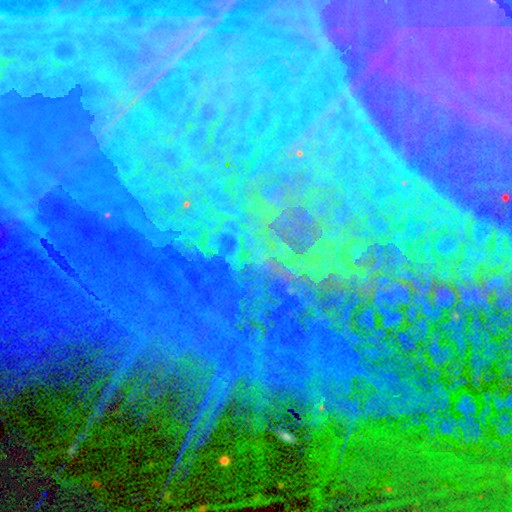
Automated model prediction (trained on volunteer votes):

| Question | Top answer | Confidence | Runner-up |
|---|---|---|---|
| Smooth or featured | star or artifact | 83% | featured or disk (10%) |